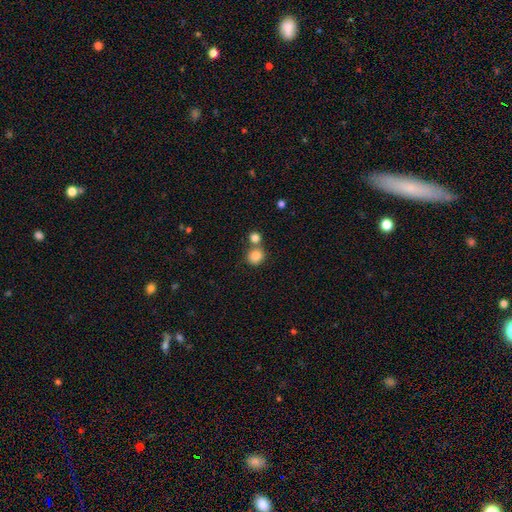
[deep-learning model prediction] Smooth or featured?
  - smooth: 84% *
  - star or artifact: 10%
  - featured or disk: 6%
How rounded?
  - round: 87% *
  - in between: 12%
  - cigar-shaped: 1%
Merging?
  - none: 59% *
  - merger: 31%
  - minor disturbance: 8%
  - major disturbance: 3%